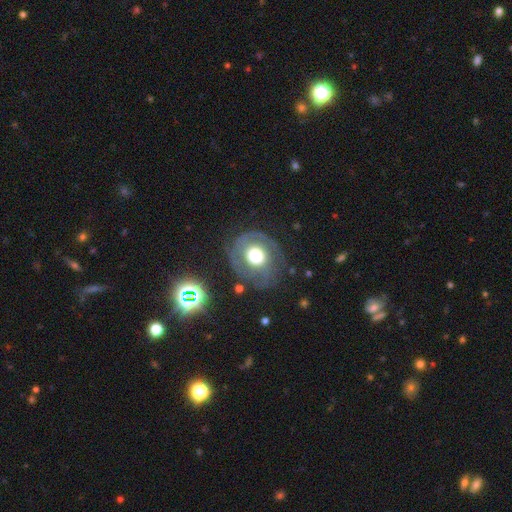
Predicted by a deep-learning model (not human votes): Overall: featured or disk (68%). Edge-on disk: no (97%). Bar: no (82%). Spiral arms: yes (73%). Bulge size: large (56%; moderate 24%). Merging: none (70%).